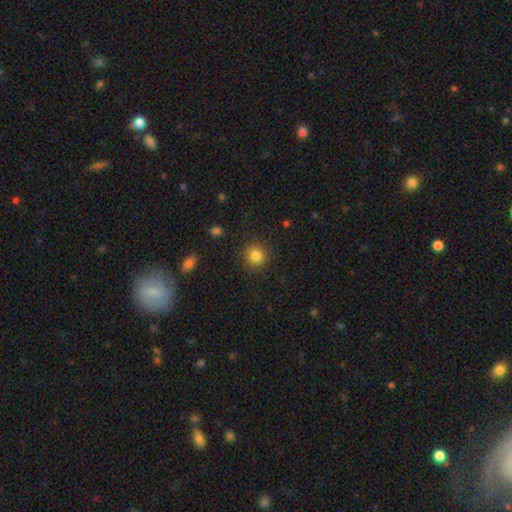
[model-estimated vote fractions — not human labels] Overall: smooth (83%). How rounded: round (92%). Merging: none (87%).